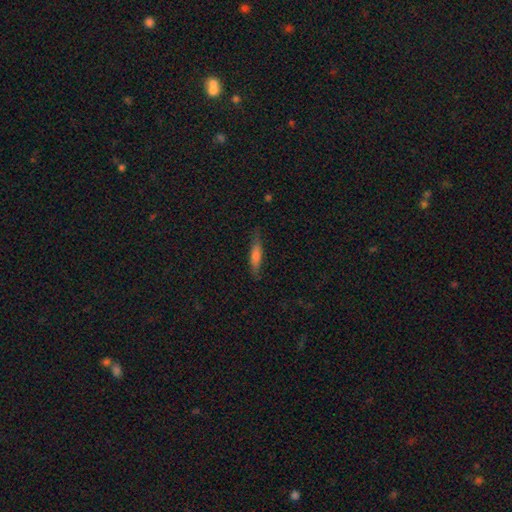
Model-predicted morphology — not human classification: This appears to be a smooth galaxy with no disk features (63%) that is cigar-shaped (80%). Merging: none (81%).